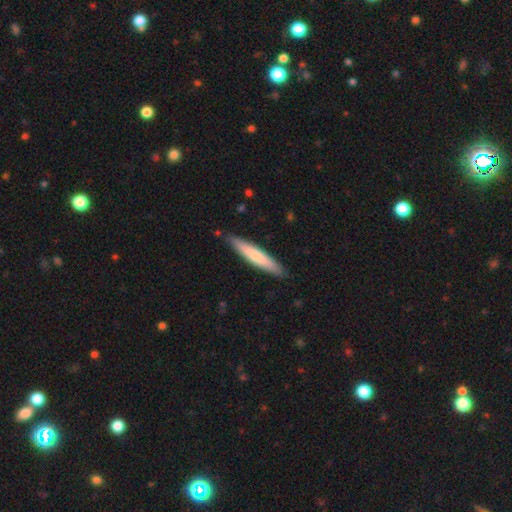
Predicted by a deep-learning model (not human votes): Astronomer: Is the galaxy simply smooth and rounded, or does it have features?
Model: smooth — 70%.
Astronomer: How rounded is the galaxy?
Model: cigar-shaped — 90%.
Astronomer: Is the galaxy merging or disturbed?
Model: none — 86%.